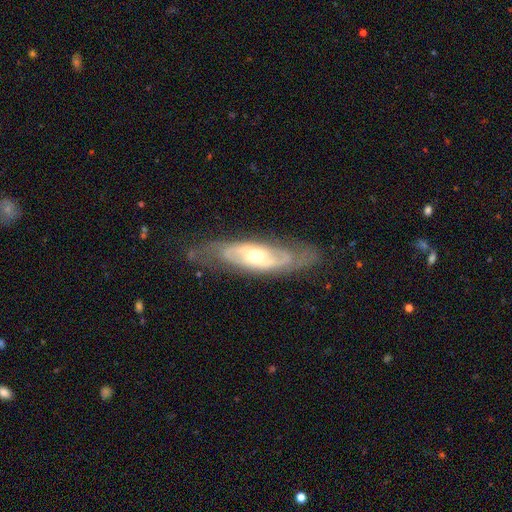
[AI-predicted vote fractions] Q: Smooth or featured?
A: featured or disk (77%); runner-up: smooth (18%)
Q: Edge-on disk?
A: no (82%); runner-up: yes (18%)
Q: Bar?
A: no (65%); runner-up: weak (25%)
Q: Spiral arms?
A: yes (78%); runner-up: no (22%)
Q: Bulge size?
A: moderate (63%); runner-up: small (29%)
Q: Merging?
A: none (69%); runner-up: minor disturbance (20%)